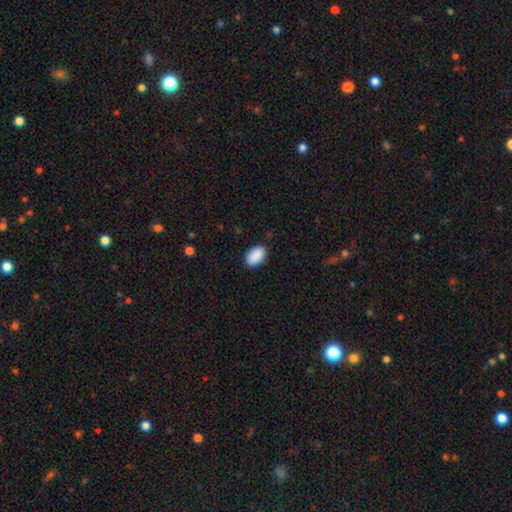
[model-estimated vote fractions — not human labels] This is clearly a smooth galaxy (91%). How rounded: clearly in between (94%). Merging: clearly none (87%).